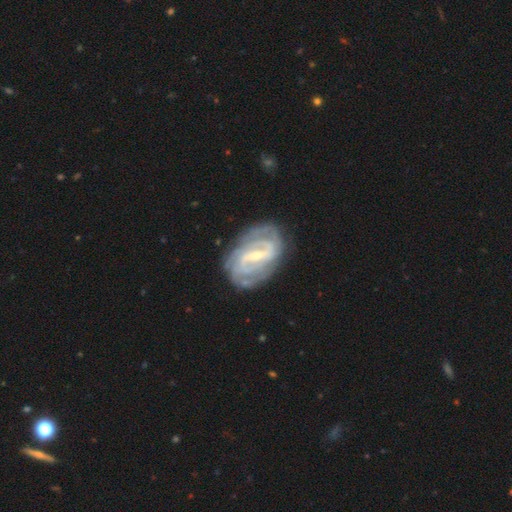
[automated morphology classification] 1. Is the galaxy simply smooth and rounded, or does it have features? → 84% featured or disk, 10% smooth, 6% star or artifact.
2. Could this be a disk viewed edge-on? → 96% no, 4% yes.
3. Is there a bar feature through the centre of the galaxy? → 57% strong, 35% weak, 8% no.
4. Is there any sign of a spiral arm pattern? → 89% yes, 11% no.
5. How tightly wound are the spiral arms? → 60% tight, 30% medium, 10% loose.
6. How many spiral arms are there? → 40% 2, 35% can't tell, 11% 3, 6% 4, 4% 1, 4% more than 4.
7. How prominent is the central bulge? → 56% small, 35% moderate, 6% none, 3% large, 1% dominant.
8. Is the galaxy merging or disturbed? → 73% none, 17% minor disturbance, 7% major disturbance, 2% merger.